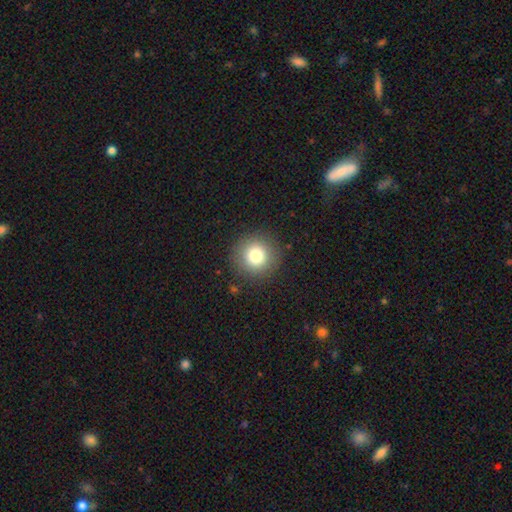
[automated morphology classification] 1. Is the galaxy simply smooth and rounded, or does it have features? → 79% smooth, 12% star or artifact, 10% featured or disk.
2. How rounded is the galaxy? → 95% round, 4% in between, 1% cigar-shaped.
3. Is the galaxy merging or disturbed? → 90% none, 7% minor disturbance, 3% major disturbance, 1% merger.